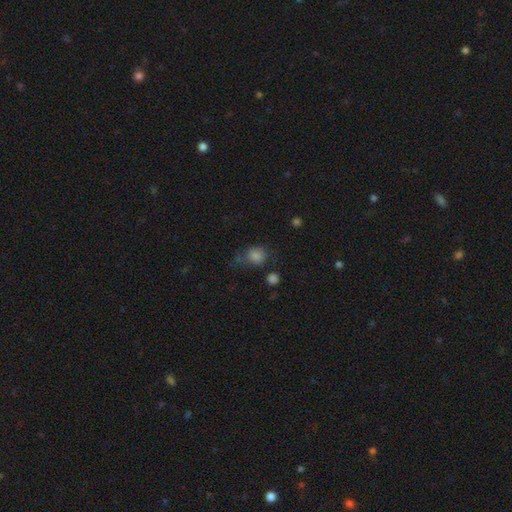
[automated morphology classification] Smooth or featured: smooth — 74% (star or artifact — 17%)
How rounded: round — 72% (in between — 27%)
Merging: none — 59% (minor disturbance — 22%)